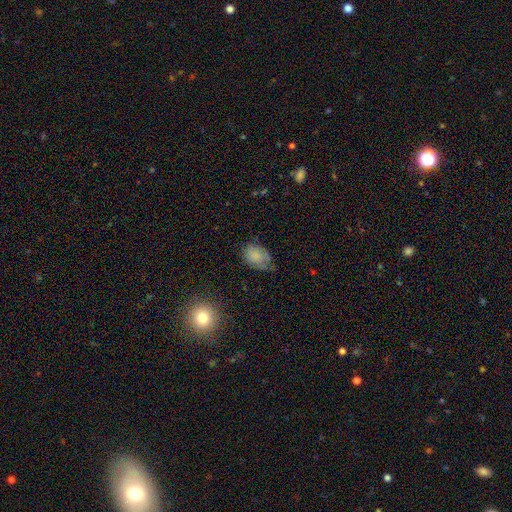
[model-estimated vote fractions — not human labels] A smooth galaxy with no disk features (74%) that is in between round and cigar-shaped (79%). Merging: none (45%).